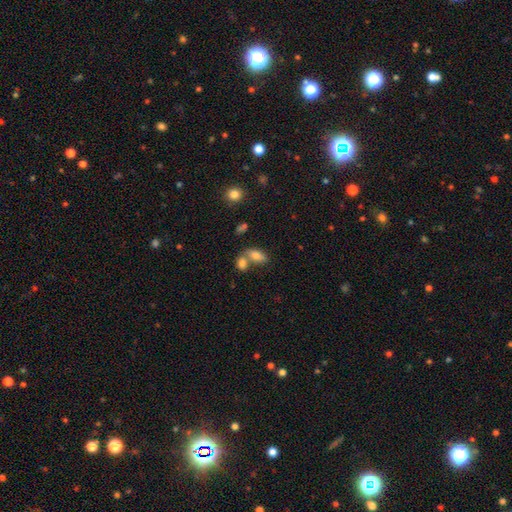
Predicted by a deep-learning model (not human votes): Morphology: type=smooth (78%); roundness=in between (87%); merging=merger (44%).